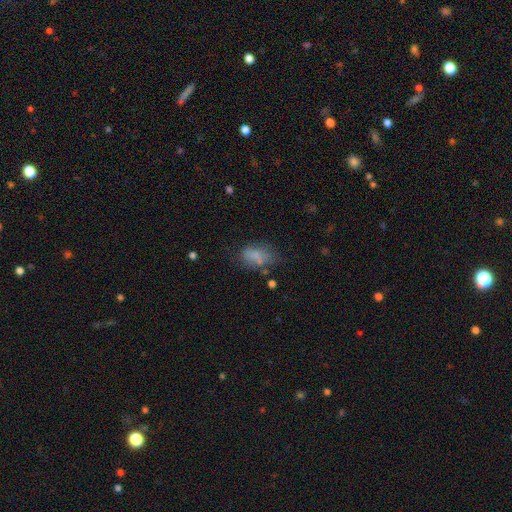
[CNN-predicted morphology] type=smooth (71%); roundness=in between (88%); merging=none (48%).